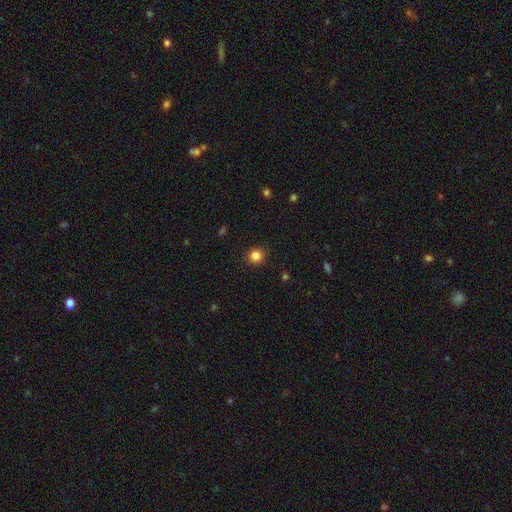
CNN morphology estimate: type=smooth (84%); roundness=round (93%); merging=none (92%).